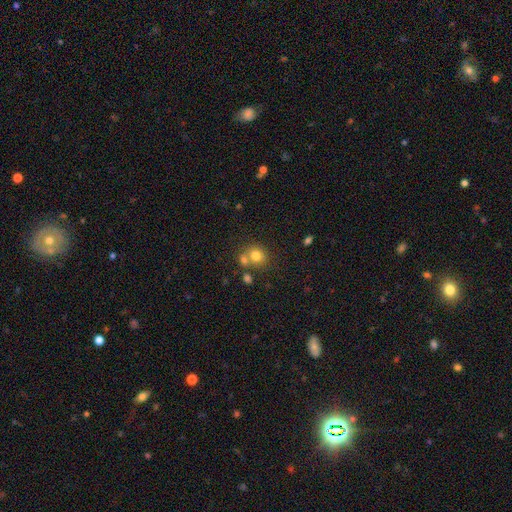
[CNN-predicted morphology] smooth-or-featured: smooth: 76% | star or artifact: 12% | featured or disk: 12%
  how-rounded: round: 74% | in between: 25% | cigar-shaped: 1%
  merging: none: 50% | merger: 35% | minor disturbance: 11% | major disturbance: 5%